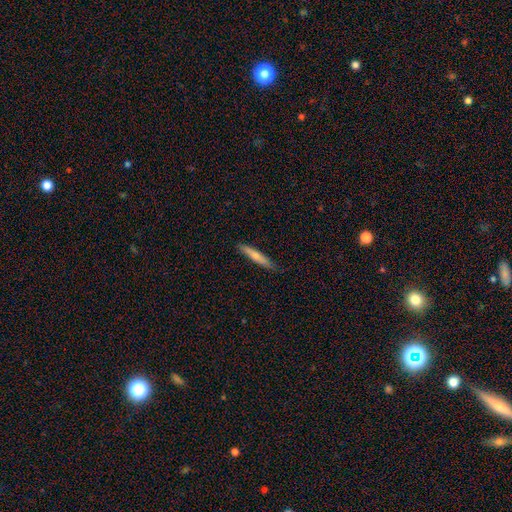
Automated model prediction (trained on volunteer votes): The model was most divided on "smooth or featured": smooth: 65%, featured or disk: 29%, star or artifact: 6%. More confident: how rounded — cigar-shaped (91%); merging — none (84%).